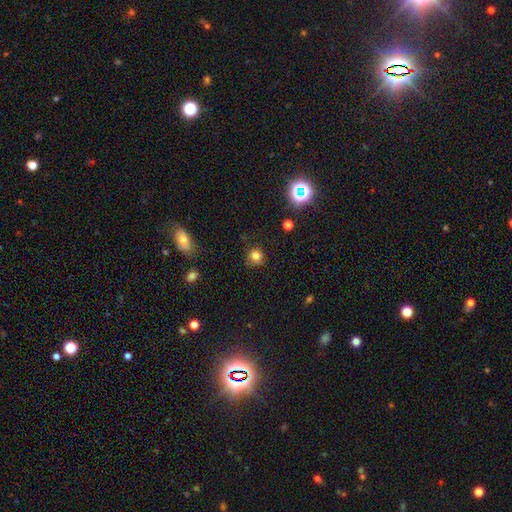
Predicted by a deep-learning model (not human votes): Overall: smooth (78%). How rounded: round (87%). Merging: none (77%).